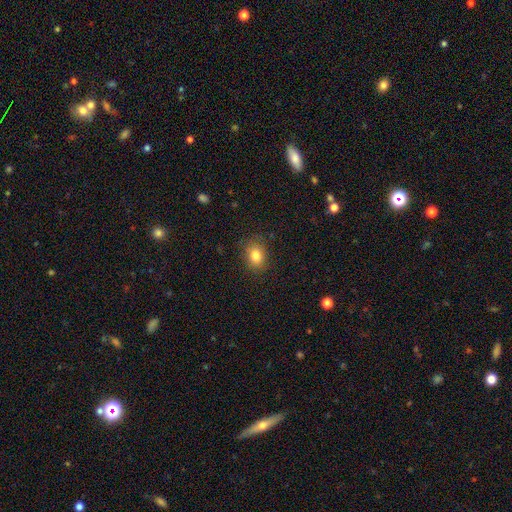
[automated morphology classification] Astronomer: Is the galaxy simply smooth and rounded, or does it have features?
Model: smooth — 83%.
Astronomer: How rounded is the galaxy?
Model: in between — 55% (runner-up: round, 44%).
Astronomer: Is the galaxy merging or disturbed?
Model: none — 84%.